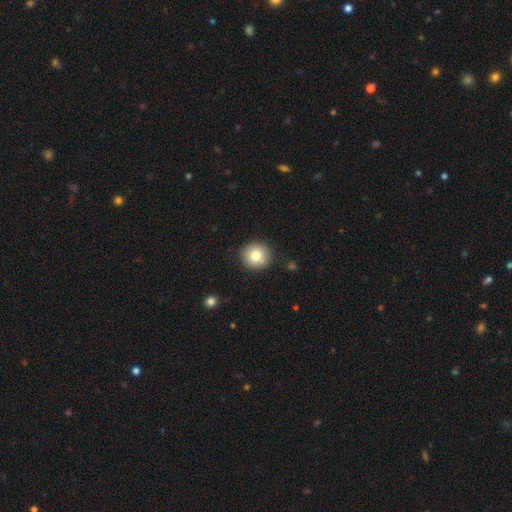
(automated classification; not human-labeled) Smooth or featured?
  - smooth: 79% *
  - featured or disk: 12%
  - star or artifact: 10%
How rounded?
  - round: 93% *
  - in between: 6%
  - cigar-shaped: 1%
Merging?
  - none: 87% *
  - minor disturbance: 9%
  - major disturbance: 2%
  - merger: 2%